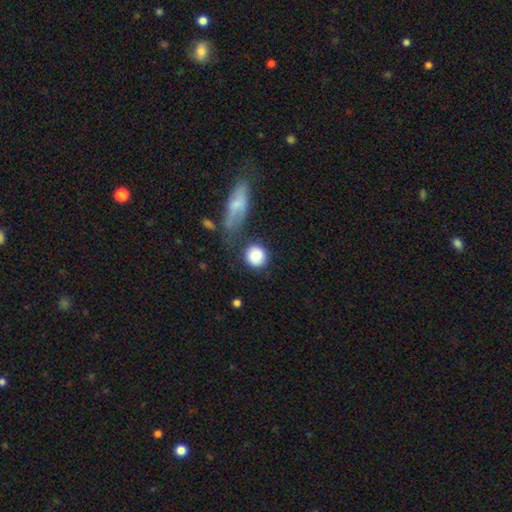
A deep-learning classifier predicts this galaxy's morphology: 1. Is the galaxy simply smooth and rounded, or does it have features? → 84% smooth, 9% featured or disk, 8% star or artifact.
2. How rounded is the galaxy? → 87% round, 12% in between, 2% cigar-shaped.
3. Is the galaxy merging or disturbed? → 66% none, 16% minor disturbance, 11% merger, 7% major disturbance.